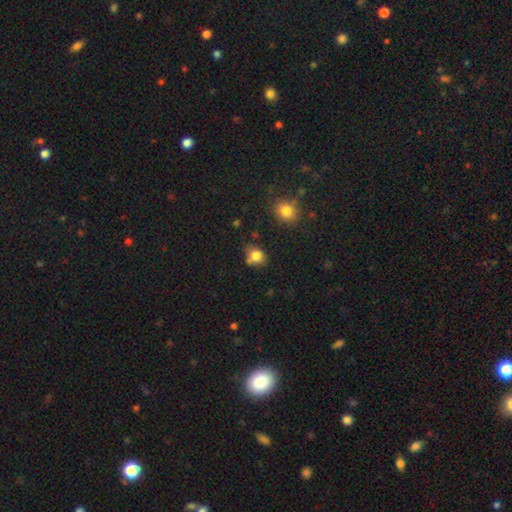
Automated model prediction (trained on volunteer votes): The model was most divided on "how rounded": round: 58%, in between: 41%, cigar-shaped: 1%. More confident: smooth or featured — smooth (80%); merging — none (58%).